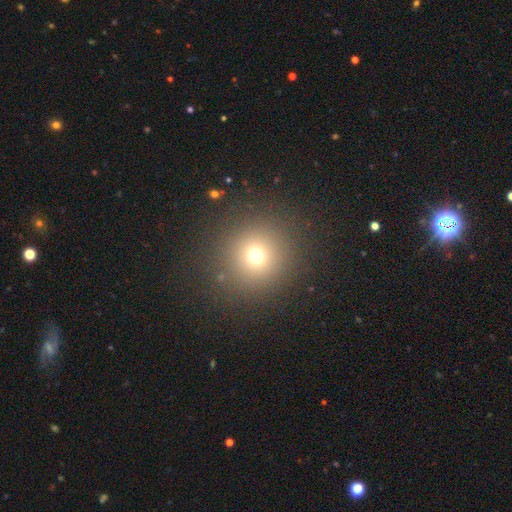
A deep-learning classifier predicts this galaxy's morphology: A smooth galaxy with no disk features (70%) that is round (93%). Merging: none (88%).